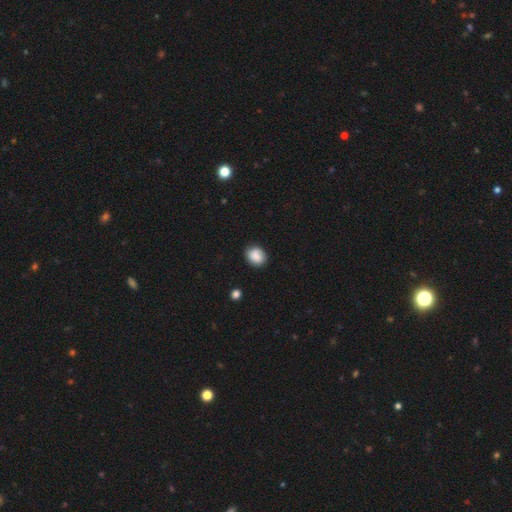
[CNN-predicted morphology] The model was most divided on "how rounded": round: 55%, in between: 44%, cigar-shaped: 1%. More confident: smooth or featured — smooth (83%); merging — none (81%).